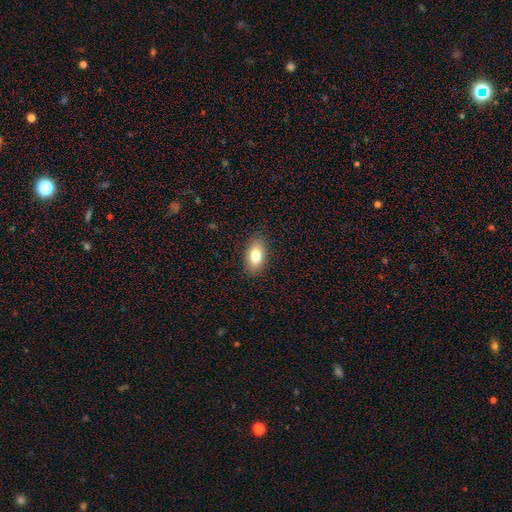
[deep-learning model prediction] Smooth or featured: smooth — 79% (featured or disk — 13%)
How rounded: in between — 91% (round — 6%)
Merging: none — 87% (minor disturbance — 10%)